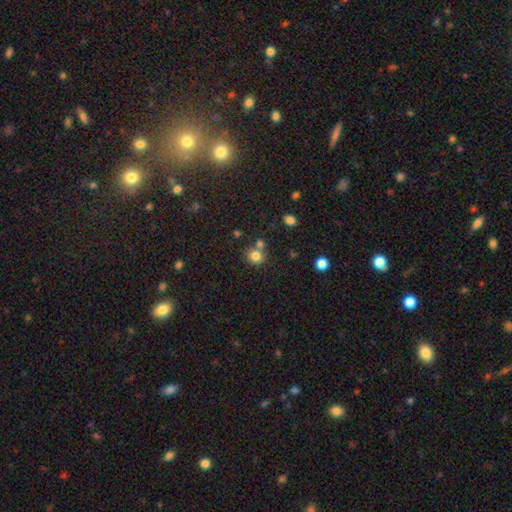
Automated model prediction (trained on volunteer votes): Smooth or featured: smooth — 81% (star or artifact — 13%)
How rounded: round — 87% (in between — 12%)
Merging: none — 64% (merger — 24%)